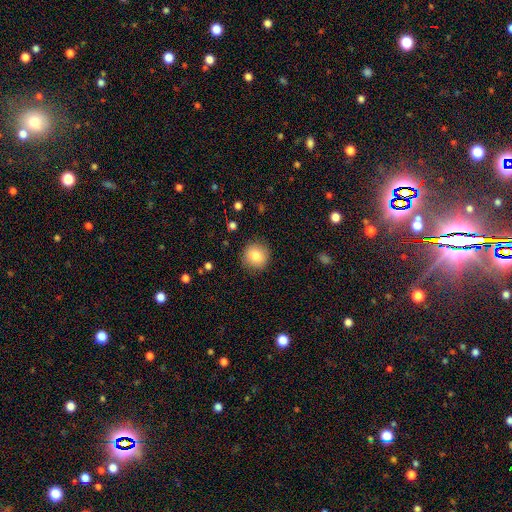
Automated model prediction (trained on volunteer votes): This appears to be a smooth galaxy with no disk features (82%) that is round (93%). Merging: none (89%).